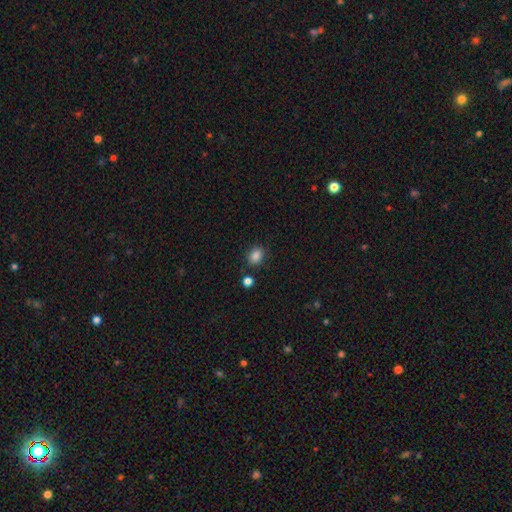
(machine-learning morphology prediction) This is clearly a smooth galaxy (85%). How rounded: possibly in between (51%). Merging: clearly none (80%).